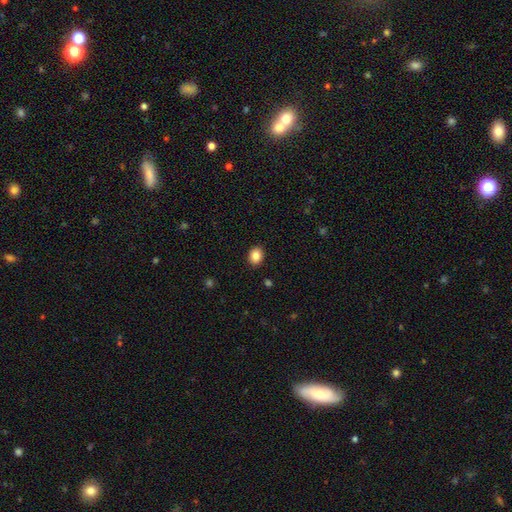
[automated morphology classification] A smooth galaxy with no disk features (86%) that is round (51%). Merging: none (91%).